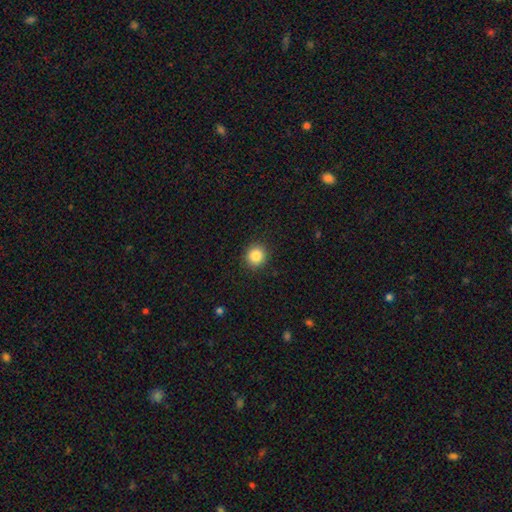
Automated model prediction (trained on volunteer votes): Morphology: type=smooth (86%); roundness=round (89%); merging=none (91%).